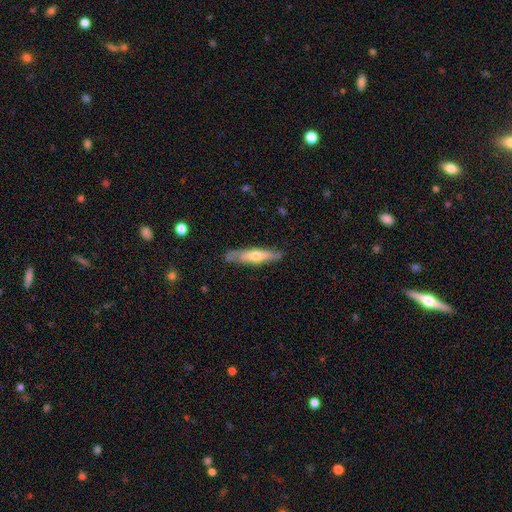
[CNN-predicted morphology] The model was most divided on "smooth or featured": featured or disk: 53%, smooth: 42%, star or artifact: 6%. More confident: merging — none (82%); edge-on disk — yes (77%).